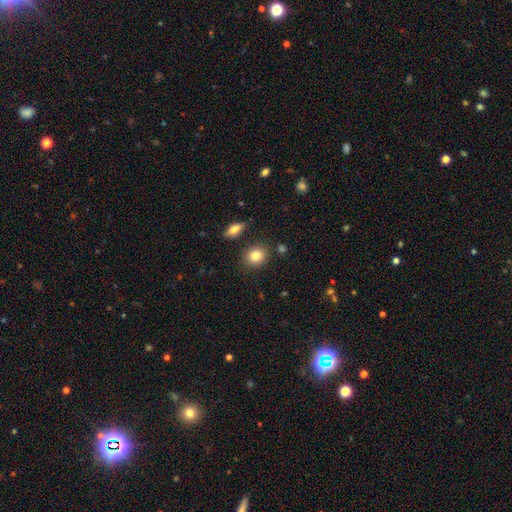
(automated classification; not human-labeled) Q: Smooth or featured?
A: smooth (82%); runner-up: star or artifact (9%)
Q: How rounded?
A: round (71%); runner-up: in between (28%)
Q: Merging?
A: none (84%); runner-up: minor disturbance (9%)